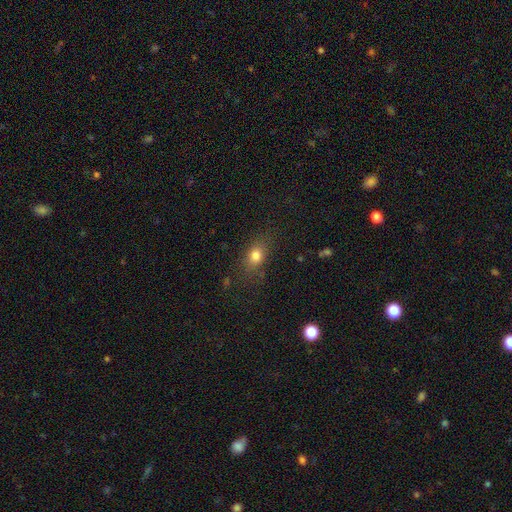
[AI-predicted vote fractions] smooth_or_featured: smooth (p=0.78) [alt: star or artifact p=0.12]
how_rounded: in between (p=0.65) [alt: round p=0.29]
merging: none (p=0.74) [alt: minor disturbance p=0.17]